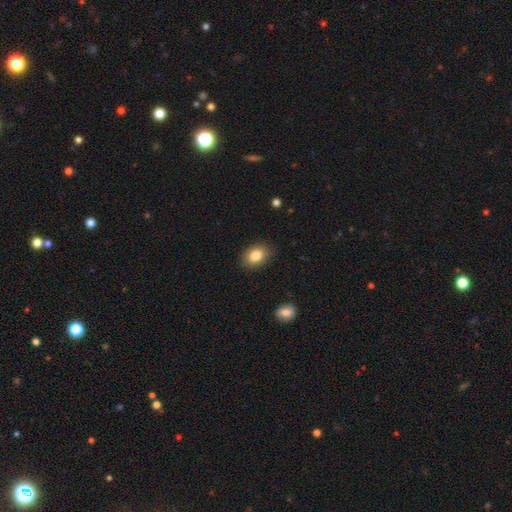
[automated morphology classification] Smooth or featured: smooth — 84% (star or artifact — 8%)
How rounded: in between — 78% (round — 21%)
Merging: none — 86% (minor disturbance — 11%)